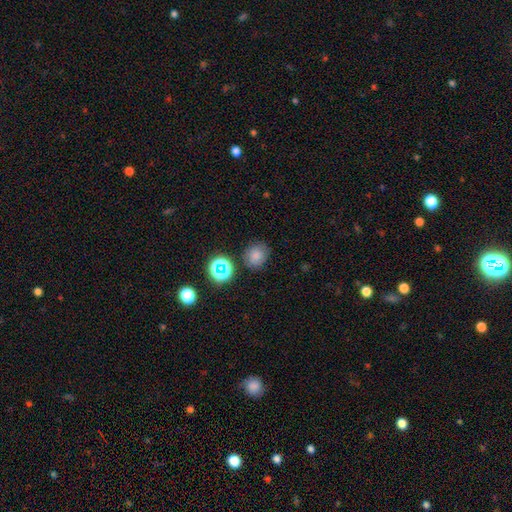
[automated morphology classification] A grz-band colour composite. It shows a smooth galaxy with no disk features (71%) that is round (76%). Merging: none (78%).